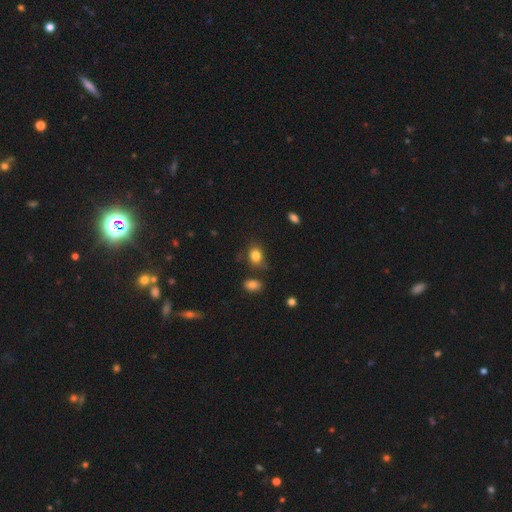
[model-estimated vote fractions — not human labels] smooth_or_featured: smooth (p=0.82) [alt: star or artifact p=0.10]
how_rounded: in between (p=0.54) [alt: round p=0.45]
merging: none (p=0.66) [alt: minor disturbance p=0.21]